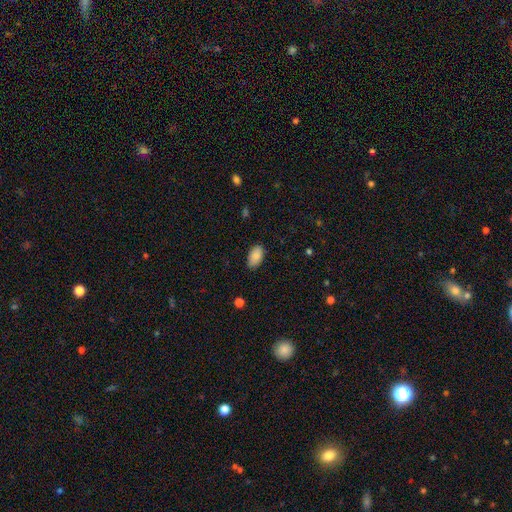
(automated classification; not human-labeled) A smooth galaxy with no disk features (88%) that is in between round and cigar-shaped (94%).

Vote fractions:
- Smooth or featured? smooth: 88% / star or artifact: 7% / featured or disk: 5%
- How rounded? in between: 94% / round: 4% / cigar-shaped: 2%
- Merging? none: 85% / minor disturbance: 12% / major disturbance: 2% / merger: 1%